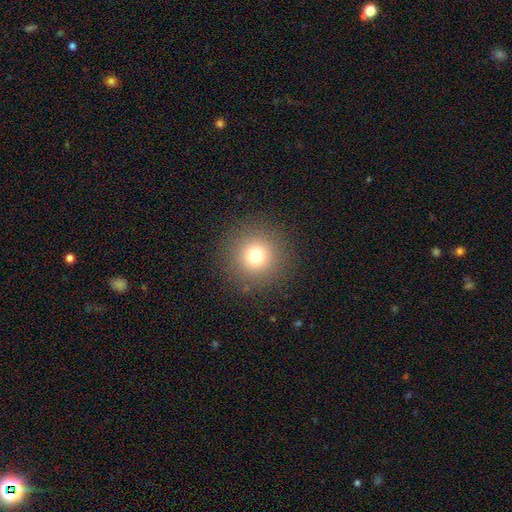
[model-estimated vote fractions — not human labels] Q: Smooth or featured?
A: smooth (74%); runner-up: star or artifact (16%)
Q: How rounded?
A: round (96%); runner-up: in between (3%)
Q: Merging?
A: none (90%); runner-up: minor disturbance (6%)